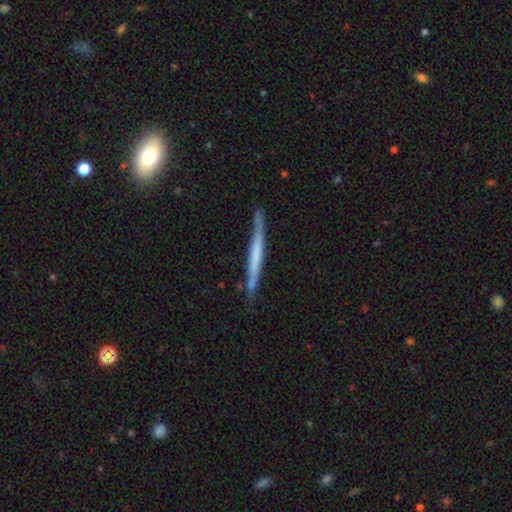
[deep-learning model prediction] Smooth or featured? featured or disk (53%)
Edge-on disk? yes (95%)
Edge-on bulge? none (74%)
Merging? none (79%)